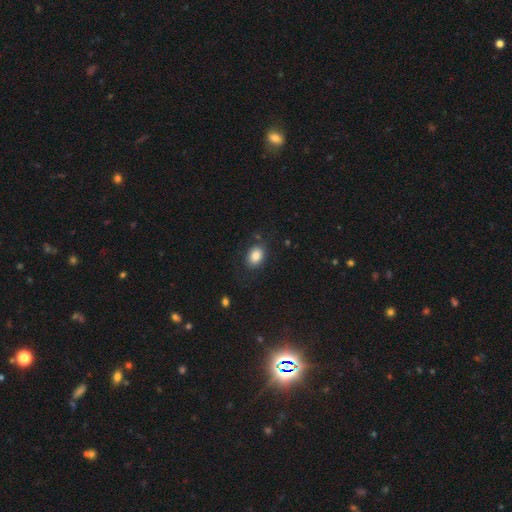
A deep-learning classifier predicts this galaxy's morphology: smooth_or_featured: smooth (p=0.85) [alt: star or artifact p=0.08]
how_rounded: in between (p=0.72) [alt: round p=0.27]
merging: none (p=0.79) [alt: minor disturbance p=0.14]